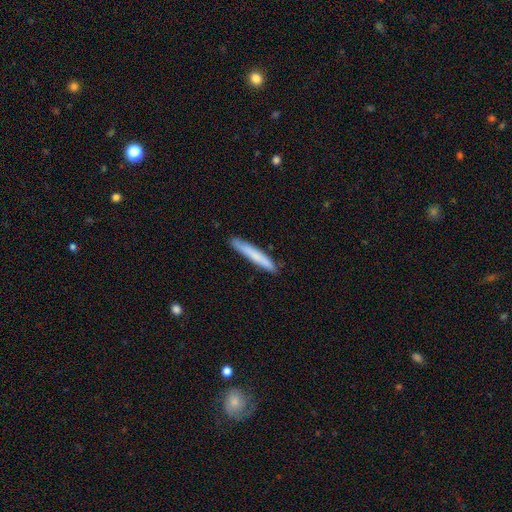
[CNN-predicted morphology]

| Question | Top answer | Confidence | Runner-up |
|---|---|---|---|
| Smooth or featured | smooth | 71% | featured or disk (23%) |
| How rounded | cigar-shaped | 96% | in between (3%) |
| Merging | none | 88% | minor disturbance (10%) |